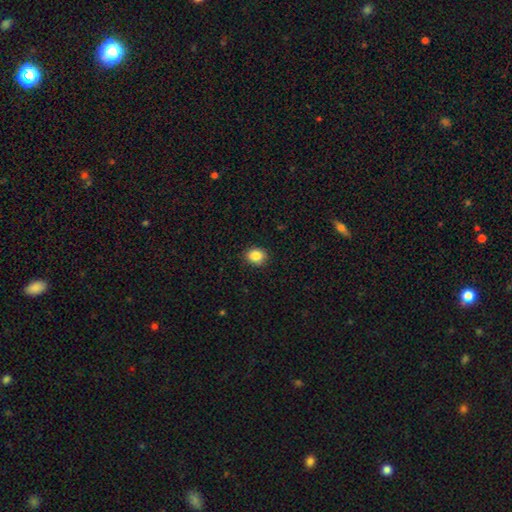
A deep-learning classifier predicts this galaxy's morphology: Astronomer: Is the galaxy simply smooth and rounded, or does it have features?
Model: smooth — 86%.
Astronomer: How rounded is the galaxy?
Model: round — 64%.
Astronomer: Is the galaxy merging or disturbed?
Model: none — 89%.